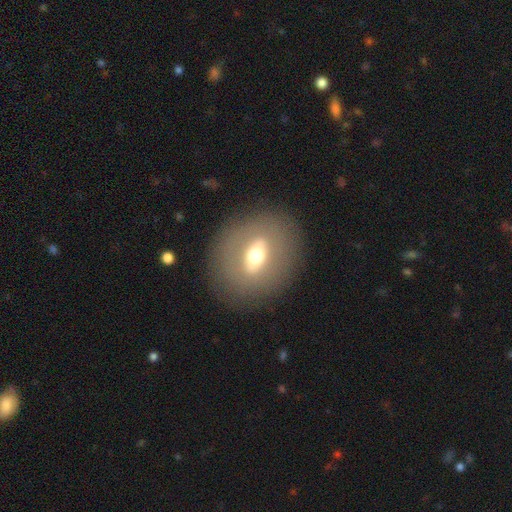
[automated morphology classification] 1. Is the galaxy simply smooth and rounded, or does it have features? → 52% featured or disk, 40% smooth, 9% star or artifact.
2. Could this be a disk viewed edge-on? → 79% no, 21% yes.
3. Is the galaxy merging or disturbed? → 83% none, 9% minor disturbance, 6% major disturbance, 1% merger.